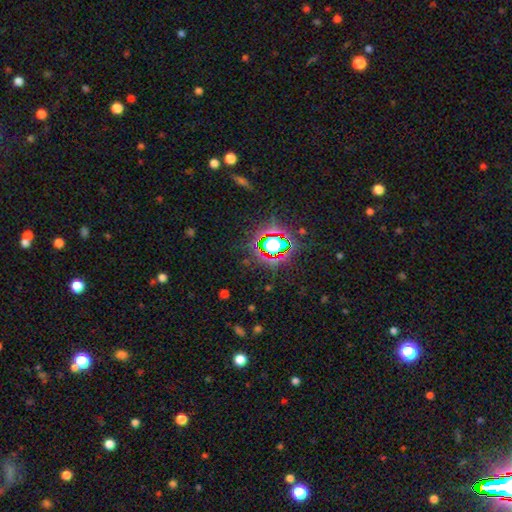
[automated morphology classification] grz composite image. It shows a star or artifact, not a galaxy (79%).